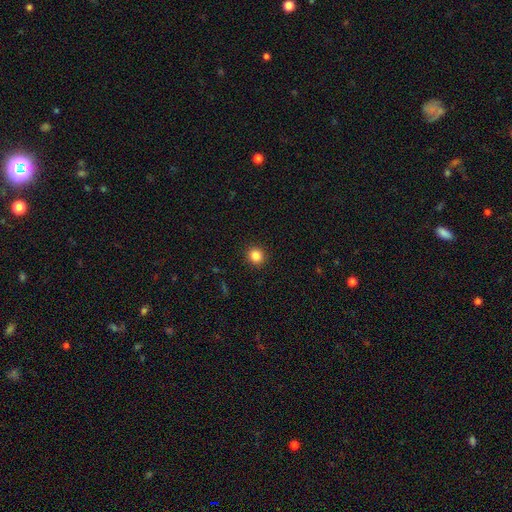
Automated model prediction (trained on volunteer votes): Smooth or featured?
  - smooth: 84% *
  - star or artifact: 11%
  - featured or disk: 4%
How rounded?
  - round: 92% *
  - in between: 7%
  - cigar-shaped: 1%
Merging?
  - none: 92% *
  - minor disturbance: 5%
  - major disturbance: 2%
  - merger: 1%